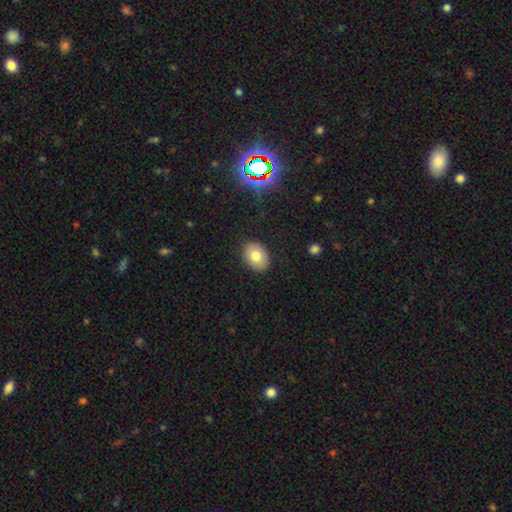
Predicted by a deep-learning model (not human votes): smooth_or_featured: smooth (p=0.79) [alt: featured or disk p=0.12]
how_rounded: in between (p=0.73) [alt: round p=0.26]
merging: none (p=0.88) [alt: minor disturbance p=0.09]